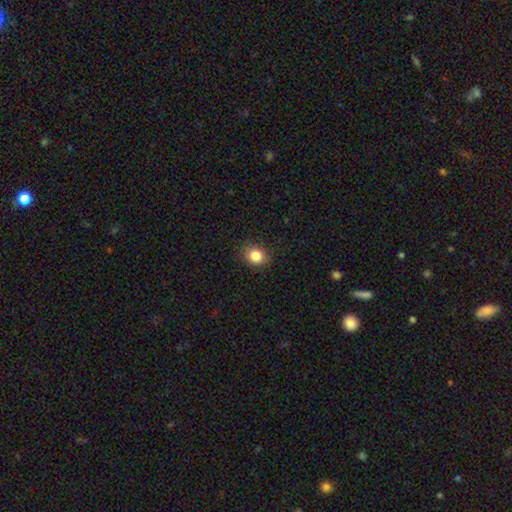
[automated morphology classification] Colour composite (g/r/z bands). It shows a smooth galaxy with no disk features (84%) that is in between round and cigar-shaped (50%). Merging: none (85%).